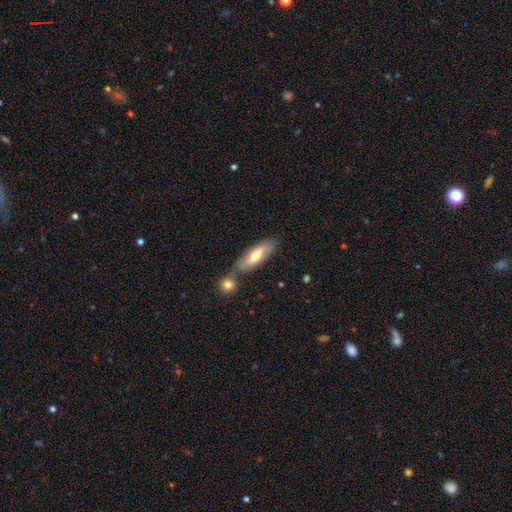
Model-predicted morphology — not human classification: Smooth or featured? Predicted: smooth (p=0.63). How rounded? Predicted: in between (p=0.54). Merging? Predicted: none (p=0.64).